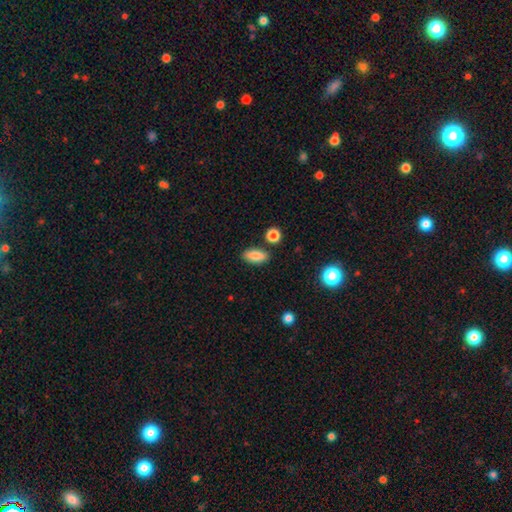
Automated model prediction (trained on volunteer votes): The model was most divided on "how rounded": in between: 83%, cigar-shaped: 13%, round: 4%. More confident: smooth or featured — smooth (86%); merging — none (85%).